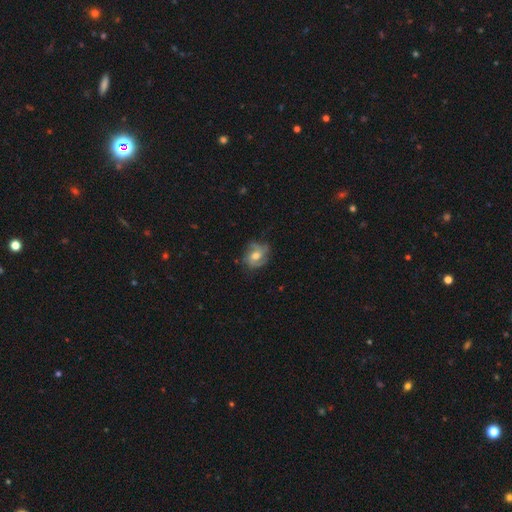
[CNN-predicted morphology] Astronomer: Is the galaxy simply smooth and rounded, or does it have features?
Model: featured or disk — 58% (runner-up: smooth, 34%).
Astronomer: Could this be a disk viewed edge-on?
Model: no — 97%.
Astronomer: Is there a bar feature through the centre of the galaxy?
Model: no — 66%.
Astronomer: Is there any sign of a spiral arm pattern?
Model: yes — 81%.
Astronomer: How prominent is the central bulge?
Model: moderate — 67%.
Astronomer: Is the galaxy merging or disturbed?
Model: none — 58%.